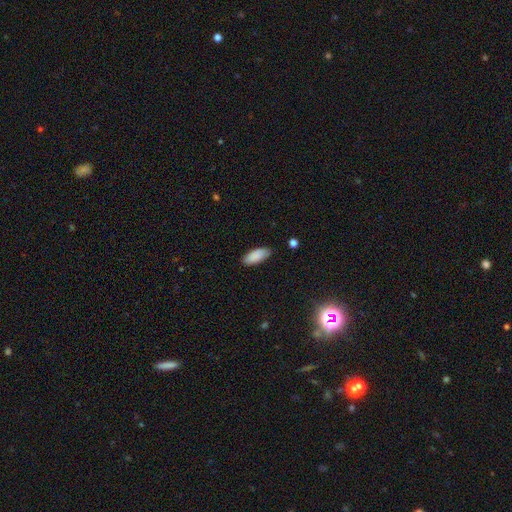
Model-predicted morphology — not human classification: smooth-or-featured: smooth: 89% | star or artifact: 6% | featured or disk: 4%
  how-rounded: in between: 85% | cigar-shaped: 14% | round: 2%
  merging: none: 85% | minor disturbance: 12% | major disturbance: 2% | merger: 1%